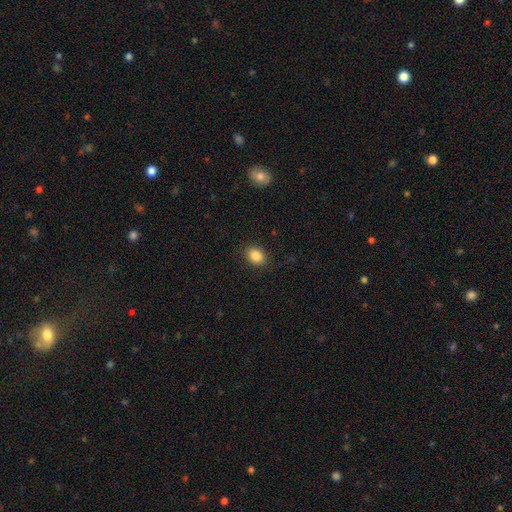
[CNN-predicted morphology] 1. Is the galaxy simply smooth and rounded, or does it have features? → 87% smooth, 9% star or artifact, 4% featured or disk.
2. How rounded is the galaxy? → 62% in between, 37% round, 1% cigar-shaped.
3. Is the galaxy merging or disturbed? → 88% none, 8% minor disturbance, 2% major disturbance, 1% merger.